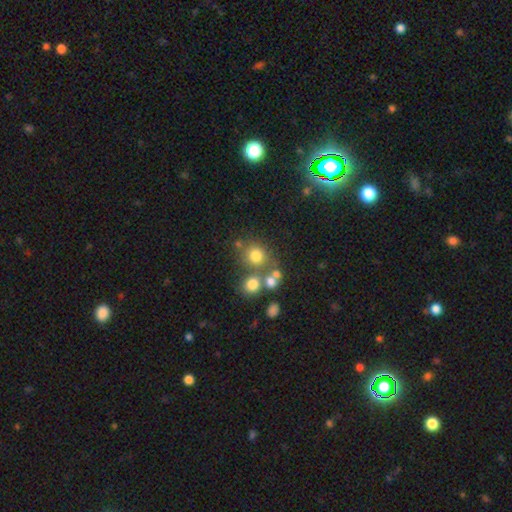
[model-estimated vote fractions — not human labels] Overall: smooth (72%). How rounded: round (84%). Merging: none (60%; merger 24%).